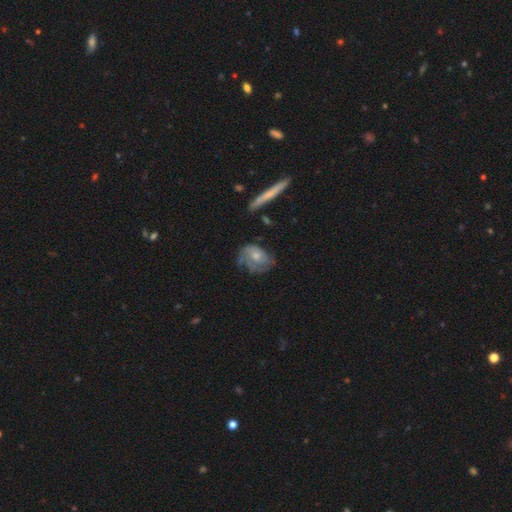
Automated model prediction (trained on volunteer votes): Q: Smooth or featured?
A: featured or disk (59%); runner-up: smooth (34%)
Q: Edge-on disk?
A: no (95%); runner-up: yes (5%)
Q: Bar?
A: no (79%); runner-up: weak (18%)
Q: Spiral arms?
A: yes (74%); runner-up: no (26%)
Q: Bulge size?
A: moderate (53%); runner-up: small (38%)
Q: Merging?
A: none (51%); runner-up: minor disturbance (28%)